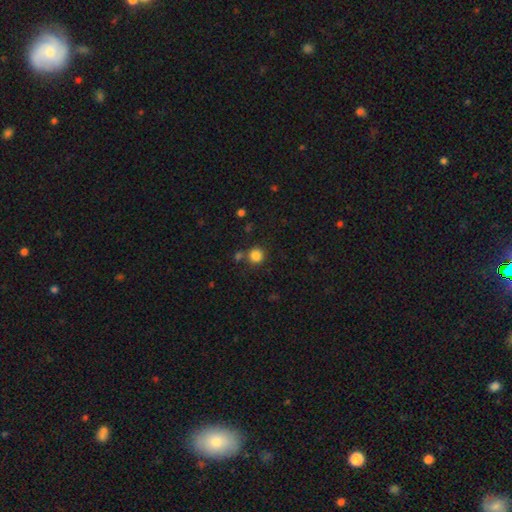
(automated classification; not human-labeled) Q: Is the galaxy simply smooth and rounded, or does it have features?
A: smooth — 84%.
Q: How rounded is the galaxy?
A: round — 92%.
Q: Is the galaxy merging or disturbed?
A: none — 78%.